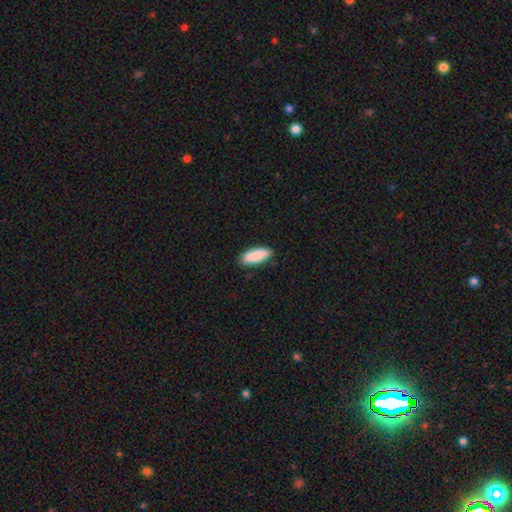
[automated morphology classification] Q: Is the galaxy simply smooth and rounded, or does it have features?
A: smooth — 90%.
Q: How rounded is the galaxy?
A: in between — 67%.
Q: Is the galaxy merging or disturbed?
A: none — 87%.